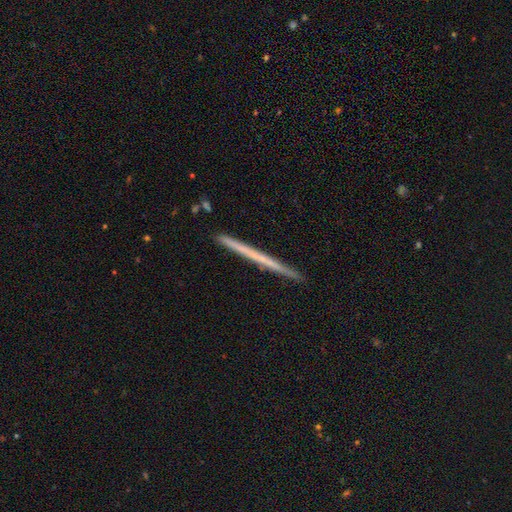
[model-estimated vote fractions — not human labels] smooth-or-featured: featured or disk: 52% | smooth: 42% | star or artifact: 5%
  disk-edge-on: yes: 98% | no: 2%
    edge-on-bulge: none: 93% | rounded: 5% | boxy: 2%
  merging: none: 92% | minor disturbance: 6% | major disturbance: 1% | merger: 1%